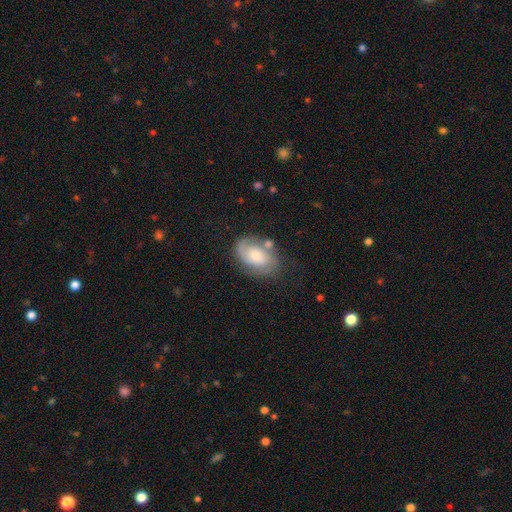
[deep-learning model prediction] Q: Smooth or featured?
A: featured or disk (56%); runner-up: smooth (37%)
Q: Edge-on disk?
A: no (96%); runner-up: yes (4%)
Q: Bar?
A: no (73%); runner-up: weak (23%)
Q: Spiral arms?
A: yes (82%); runner-up: no (18%)
Q: Bulge size?
A: moderate (42%); runner-up: small (32%)
Q: Merging?
A: none (57%); runner-up: minor disturbance (22%)